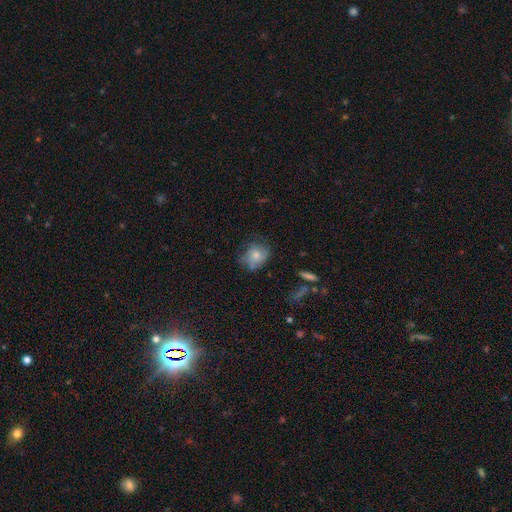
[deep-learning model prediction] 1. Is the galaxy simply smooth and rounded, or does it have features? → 60% smooth, 30% featured or disk, 10% star or artifact.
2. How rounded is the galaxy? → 58% round, 41% in between, 1% cigar-shaped.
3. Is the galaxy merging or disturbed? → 58% none, 27% minor disturbance, 13% major disturbance, 2% merger.